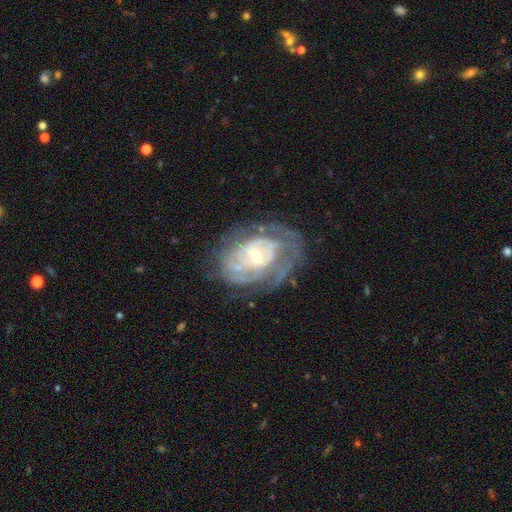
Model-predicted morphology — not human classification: Smooth or featured?
  - featured or disk: 82% *
  - smooth: 11%
  - star or artifact: 7%
Edge-on disk?
  - no: 97% *
  - yes: 3%
Bar?
  - no: 51% *
  - weak: 39%
  - strong: 10%
Spiral arms?
  - yes: 85% *
  - no: 15%
Spiral winding?
  - tight: 61% *
  - medium: 30%
  - loose: 9%
Spiral arm count?
  - can't tell: 48% *
  - 2: 22%
  - 3: 13%
  - 4: 7%
  - 1: 5%
  - more than 4: 5%
Bulge size?
  - small: 62% *
  - moderate: 33%
  - large: 3%
  - none: 2%
  - dominant: 1%
Merging?
  - none: 58% *
  - minor disturbance: 22%
  - major disturbance: 18%
  - merger: 3%